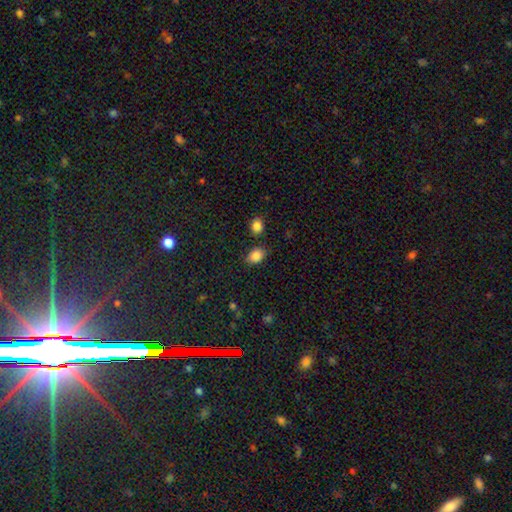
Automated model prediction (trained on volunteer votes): A smooth galaxy with no disk features (86%) that is in between round and cigar-shaped (69%).

Vote fractions:
- Smooth or featured? smooth: 86% / star or artifact: 9% / featured or disk: 4%
- How rounded? in between: 69% / round: 30% / cigar-shaped: 1%
- Merging? none: 78% / minor disturbance: 13% / merger: 6% / major disturbance: 3%